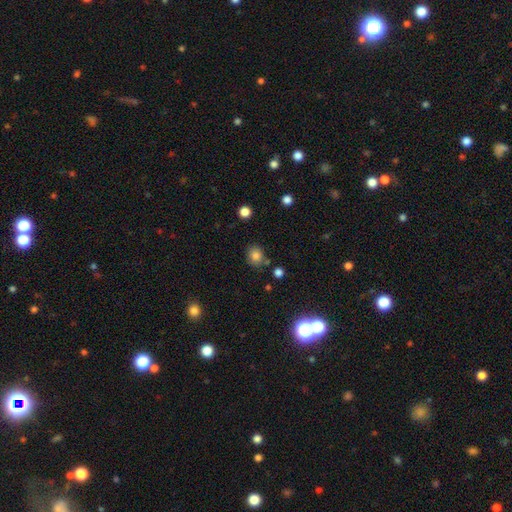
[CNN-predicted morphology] Smooth or featured? smooth (82%)
How rounded? round (74%)
Merging? none (79%)